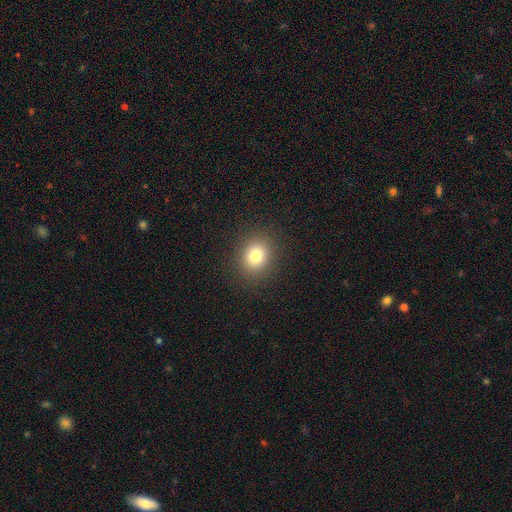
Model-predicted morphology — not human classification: smooth 80%, star or artifact 13%, featured or disk 7%. Down the decision tree: how rounded — round (68%); merging — none (89%).